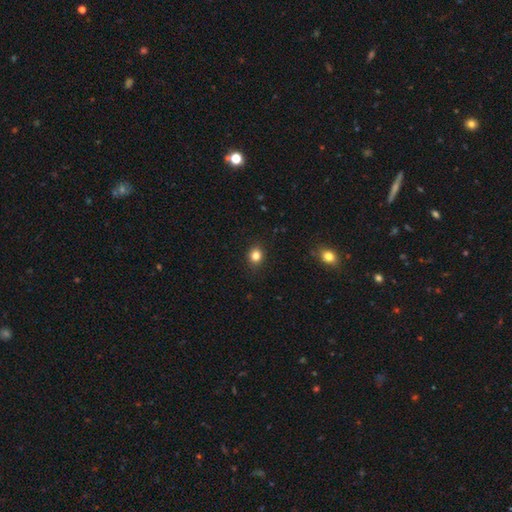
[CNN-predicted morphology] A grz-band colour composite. It shows a smooth galaxy with no disk features (82%) that is round (74%). Merging: none (90%).